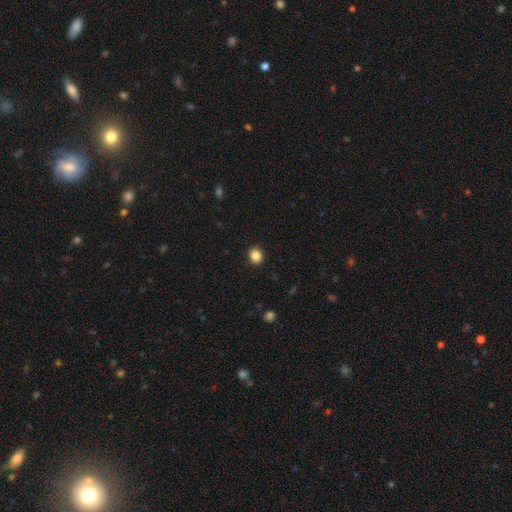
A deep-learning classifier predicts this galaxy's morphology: This is clearly a smooth galaxy (87%). How rounded: likely round (77%). Merging: clearly none (92%).